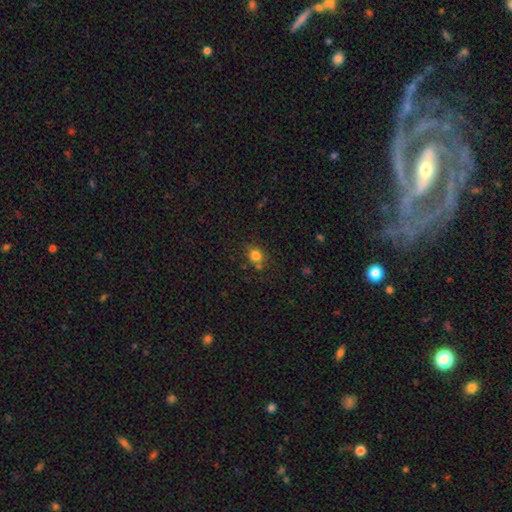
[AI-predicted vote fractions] This is likely a smooth galaxy (80%). How rounded: likely round (71%). Merging: likely none (67%).